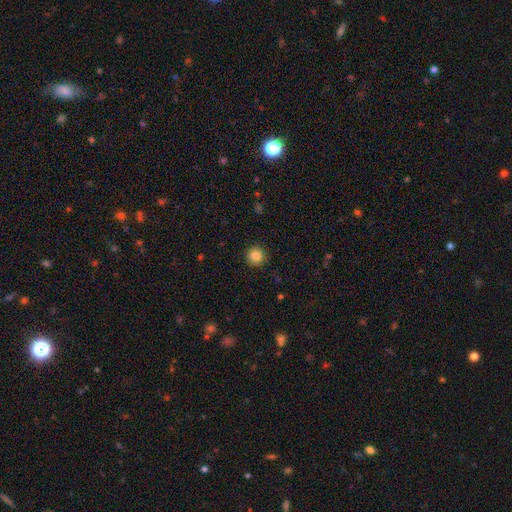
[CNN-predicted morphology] Smooth or featured?
  - smooth: 85% *
  - star or artifact: 10%
  - featured or disk: 5%
How rounded?
  - round: 95% *
  - in between: 4%
  - cigar-shaped: 1%
Merging?
  - none: 91% *
  - minor disturbance: 6%
  - major disturbance: 2%
  - merger: 1%